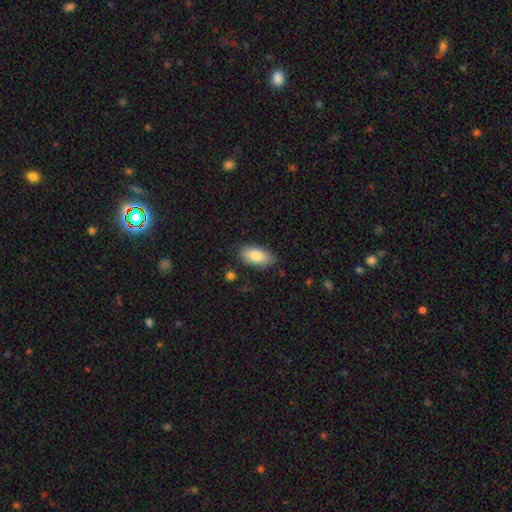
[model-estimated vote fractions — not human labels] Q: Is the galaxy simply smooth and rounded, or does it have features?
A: smooth — 84%.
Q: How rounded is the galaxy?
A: in between — 91%.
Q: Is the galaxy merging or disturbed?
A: none — 81%.